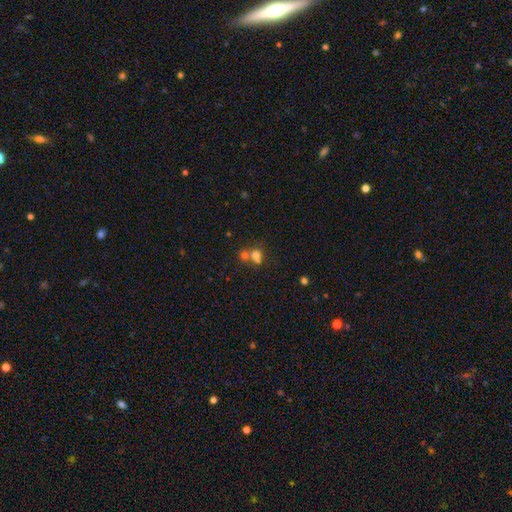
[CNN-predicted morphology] Smooth or featured?
  - smooth: 69% *
  - star or artifact: 16%
  - featured or disk: 15%
How rounded?
  - round: 73% *
  - in between: 26%
  - cigar-shaped: 1%
Merging?
  - merger: 55% *
  - none: 34%
  - minor disturbance: 7%
  - major disturbance: 4%